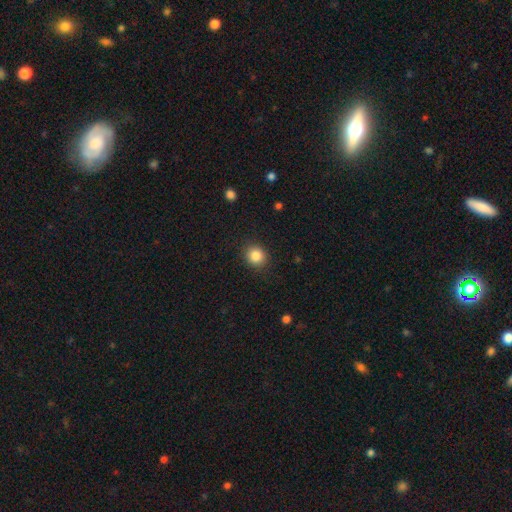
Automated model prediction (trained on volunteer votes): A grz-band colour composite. It shows a smooth galaxy with no disk features (85%) that is round (82%). Merging: none (89%).